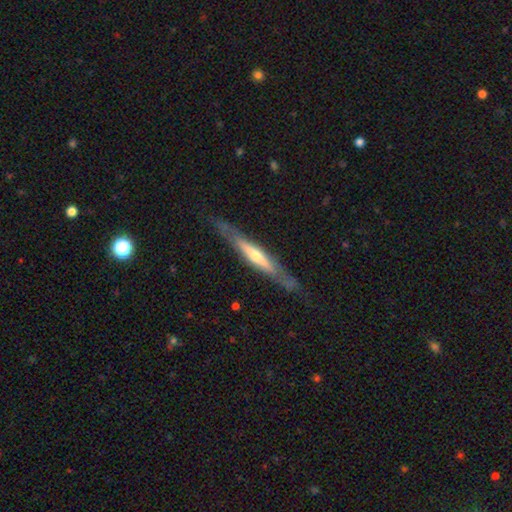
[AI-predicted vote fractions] A featured or disk galaxy (66%) viewed edge-on (90%) with a rounded central bulge (56%). Merging: none (80%).